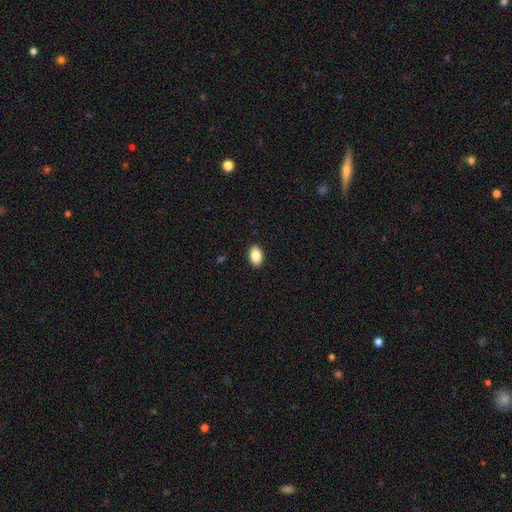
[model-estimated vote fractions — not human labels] A smooth galaxy with no disk features (87%) that is in between round and cigar-shaped (91%). Merging: none (91%).